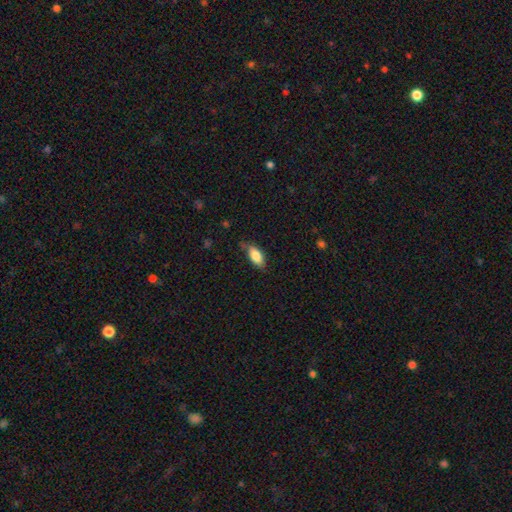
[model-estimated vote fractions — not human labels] Smooth or featured: smooth — 82% (featured or disk — 11%)
How rounded: in between — 87% (cigar-shaped — 10%)
Merging: none — 65% (minor disturbance — 27%)